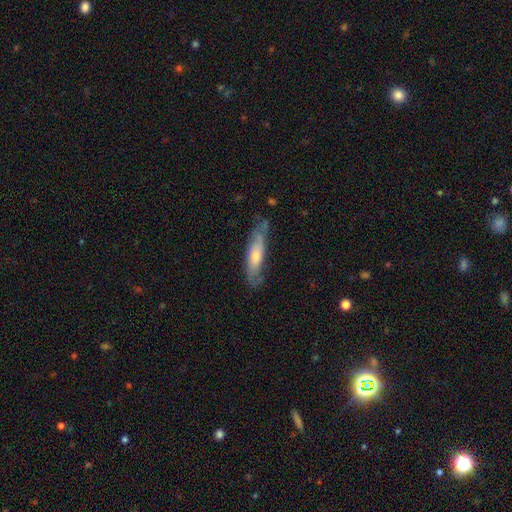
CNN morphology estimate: A featured or disk galaxy (49%). Merging: none (65%).